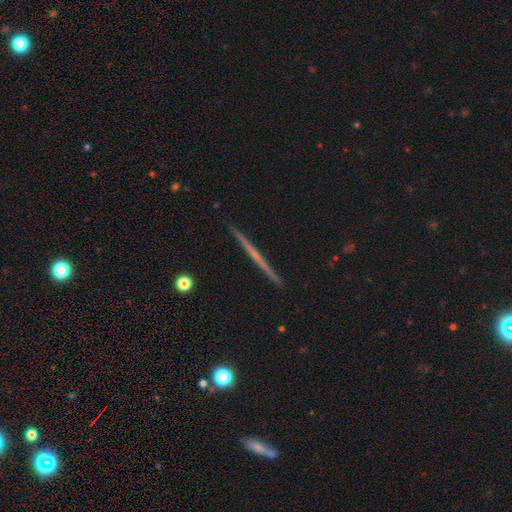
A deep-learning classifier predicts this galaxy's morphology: The model was most divided on "smooth or featured": featured or disk: 67%, smooth: 26%, star or artifact: 7%. More confident: edge-on disk — yes (98%); merging — none (93%); edge-on bulge — none (81%).